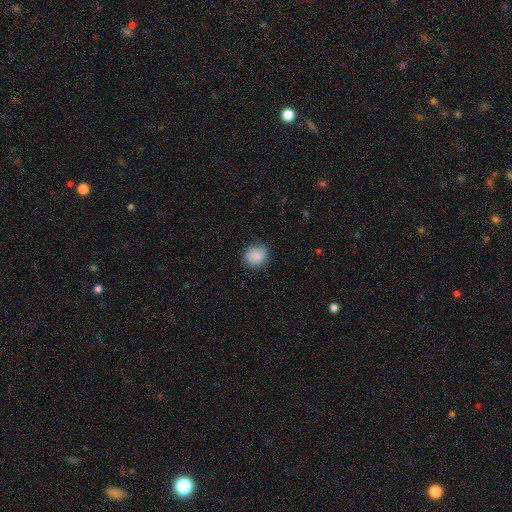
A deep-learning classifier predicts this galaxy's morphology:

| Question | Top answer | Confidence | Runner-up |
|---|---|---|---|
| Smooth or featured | smooth | 86% | featured or disk (7%) |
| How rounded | round | 86% | in between (13%) |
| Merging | none | 80% | minor disturbance (15%) |